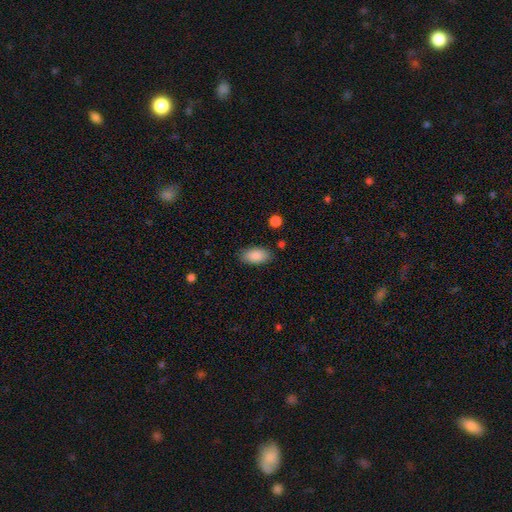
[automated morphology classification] smooth_or_featured: smooth (p=0.88) [alt: star or artifact p=0.07]
how_rounded: in between (p=0.94) [alt: cigar-shaped p=0.04]
merging: none (p=0.84) [alt: minor disturbance p=0.11]